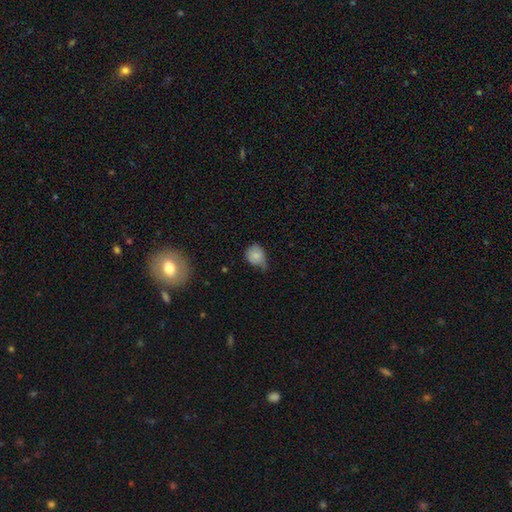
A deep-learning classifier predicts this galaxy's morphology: Smooth or featured?
  - smooth: 80% *
  - featured or disk: 11%
  - star or artifact: 9%
How rounded?
  - round: 68% *
  - in between: 30%
  - cigar-shaped: 1%
Merging?
  - minor disturbance: 51% *
  - none: 34%
  - major disturbance: 13%
  - merger: 3%